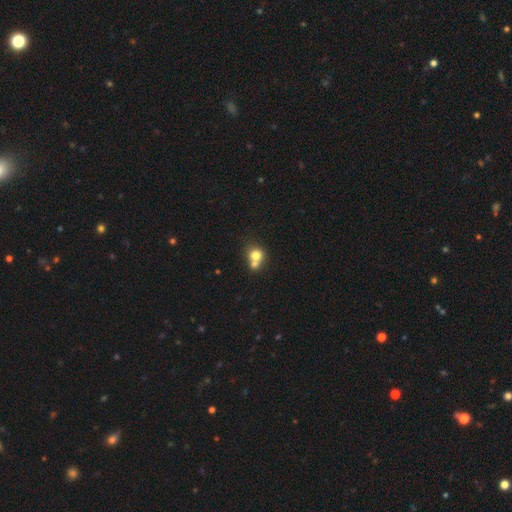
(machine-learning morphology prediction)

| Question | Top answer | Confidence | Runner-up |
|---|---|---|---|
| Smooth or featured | smooth | 74% | featured or disk (15%) |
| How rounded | round | 76% | in between (23%) |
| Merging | merger | 57% | none (33%) |